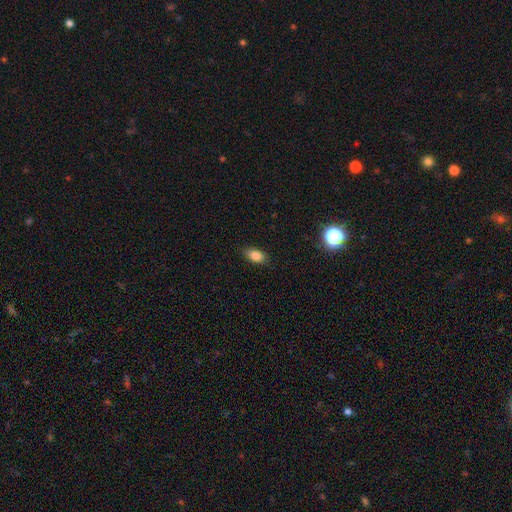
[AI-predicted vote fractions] This is clearly a smooth galaxy (83%). How rounded: clearly in between (88%). Merging: clearly none (86%).